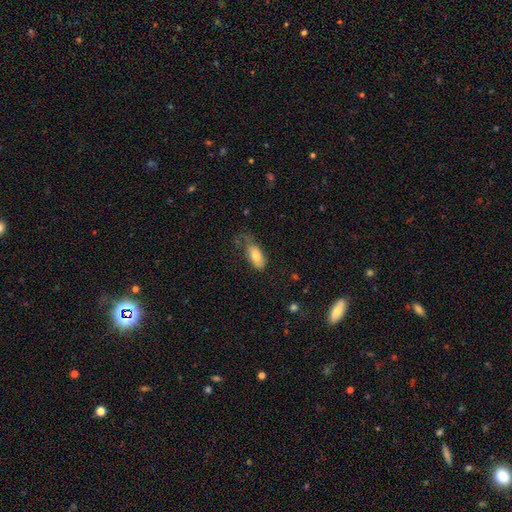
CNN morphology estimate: type=smooth (76%); roundness=in between (88%); merging=none (34%).